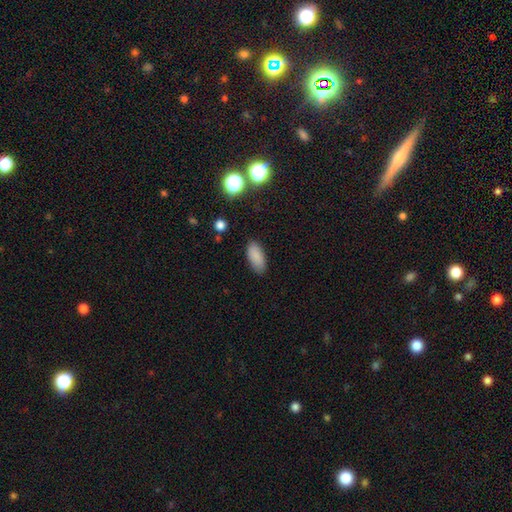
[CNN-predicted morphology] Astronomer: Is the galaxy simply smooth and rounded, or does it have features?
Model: smooth — 86%.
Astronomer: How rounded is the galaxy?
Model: in between — 88%.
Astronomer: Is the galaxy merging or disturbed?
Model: none — 86%.